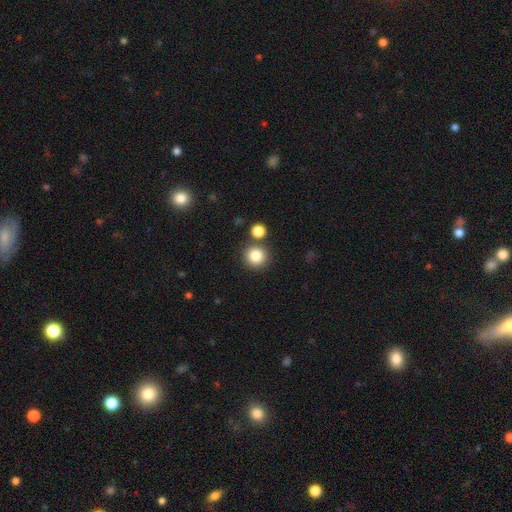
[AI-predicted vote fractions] Q: Smooth or featured?
A: smooth (83%); runner-up: star or artifact (11%)
Q: How rounded?
A: round (93%); runner-up: in between (6%)
Q: Merging?
A: none (82%); runner-up: merger (9%)